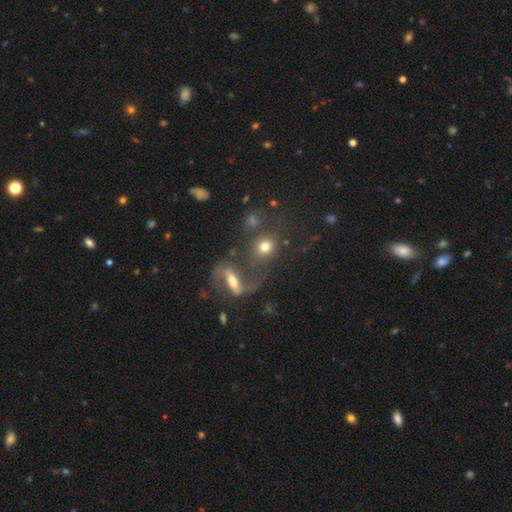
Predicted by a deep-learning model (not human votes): smooth-or-featured: smooth: 41% | star or artifact: 34% | featured or disk: 25%
  merging: merger: 53% | none: 30% | major disturbance: 9% | minor disturbance: 8%